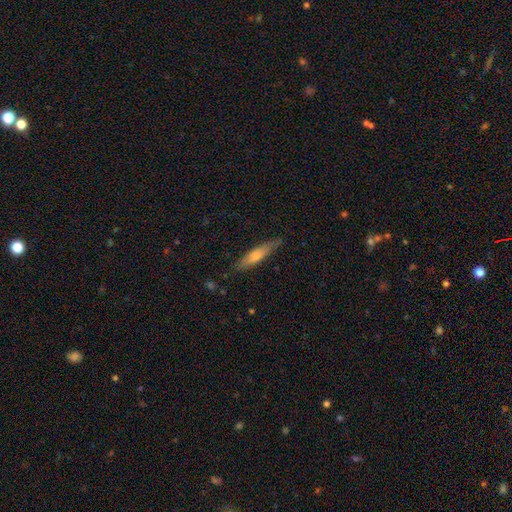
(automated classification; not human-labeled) Morphology: type=smooth (64%); roundness=cigar-shaped (82%); merging=none (81%).